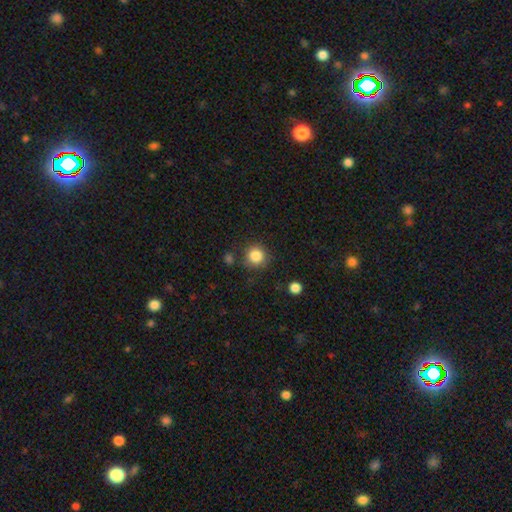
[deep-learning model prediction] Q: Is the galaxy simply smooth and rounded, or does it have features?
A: smooth — 85%.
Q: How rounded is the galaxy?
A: round — 93%.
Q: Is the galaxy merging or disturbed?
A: none — 82%.